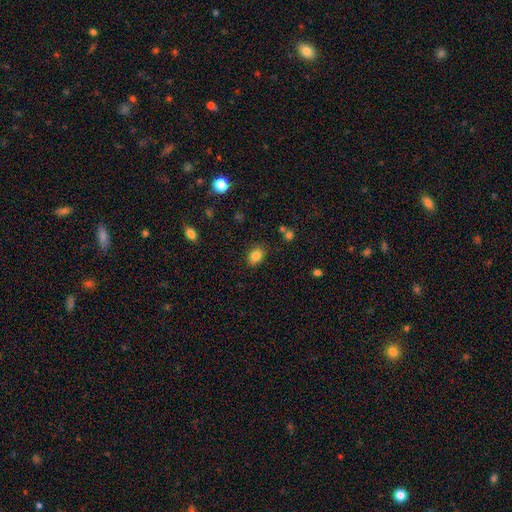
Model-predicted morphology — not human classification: A smooth galaxy with no disk features (84%) that is in between round and cigar-shaped (67%).

Vote fractions:
- Smooth or featured? smooth: 84% / star or artifact: 10% / featured or disk: 6%
- How rounded? in between: 67% / round: 32% / cigar-shaped: 1%
- Merging? none: 83% / minor disturbance: 12% / major disturbance: 3% / merger: 2%